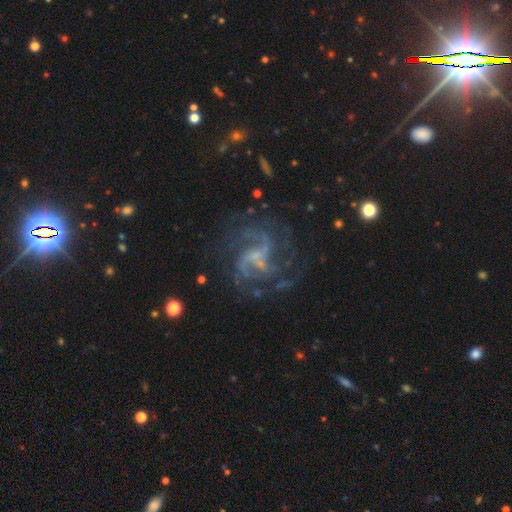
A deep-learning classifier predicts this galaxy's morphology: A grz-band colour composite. It shows a featured or disk galaxy (85%) with a weak bar (46%), 3 (26%) medium (51%) spiral arms (94%) and a small central bulge (55%). Merging: none (64%).